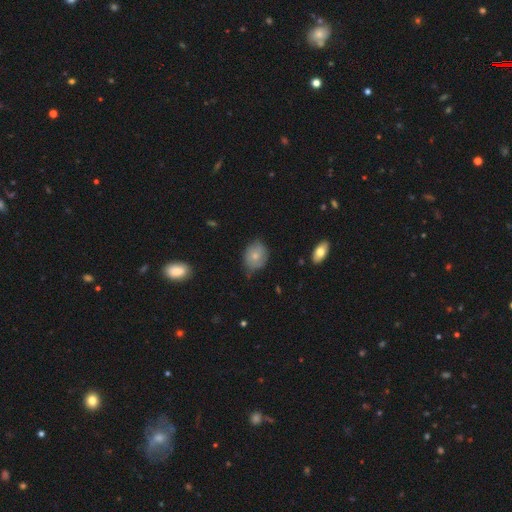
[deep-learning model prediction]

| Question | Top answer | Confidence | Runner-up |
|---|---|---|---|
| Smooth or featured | smooth | 71% | featured or disk (21%) |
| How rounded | in between | 51% | round (48%) |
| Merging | none | 60% | minor disturbance (32%) |